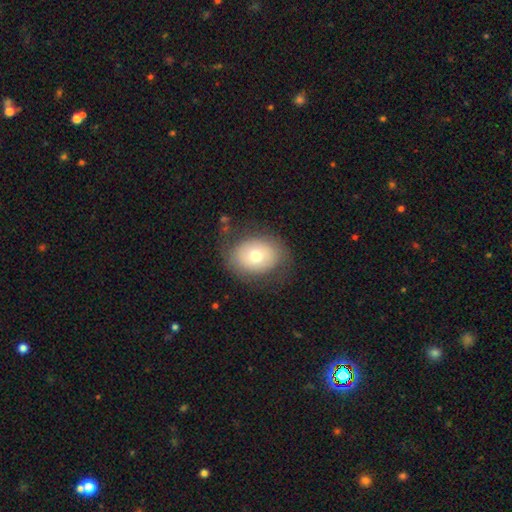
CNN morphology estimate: A smooth galaxy with no disk features (67%) that is in between round and cigar-shaped (53%).

Vote fractions:
- Smooth or featured? smooth: 67% / featured or disk: 24% / star or artifact: 9%
- How rounded? in between: 53% / round: 46% / cigar-shaped: 1%
- Merging? none: 73% / minor disturbance: 17% / major disturbance: 9% / merger: 1%